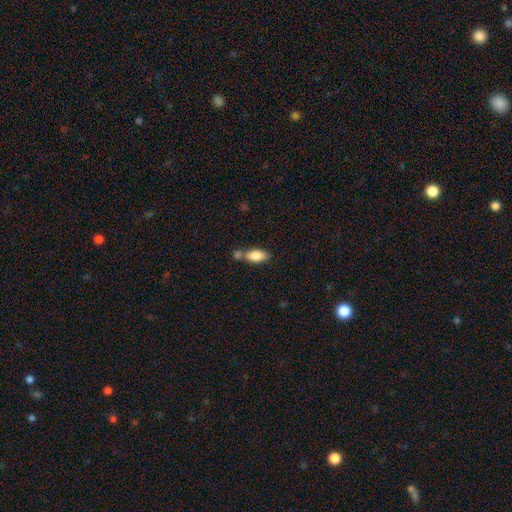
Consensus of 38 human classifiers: Smooth or featured: smooth — 79% (featured or disk — 16%)
How rounded: in between — 90% (cigar-shaped — 7%)
Merging: none — 58% (merger — 39%)